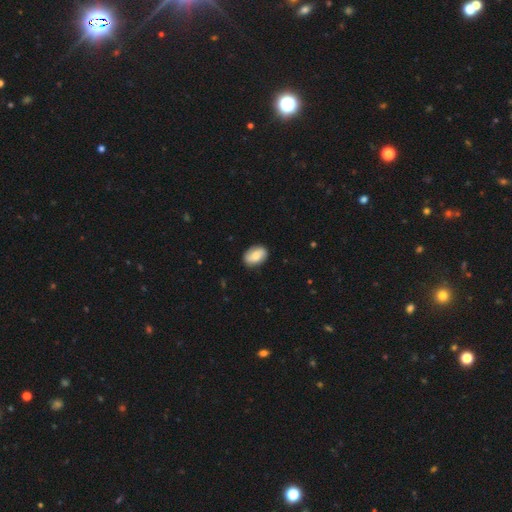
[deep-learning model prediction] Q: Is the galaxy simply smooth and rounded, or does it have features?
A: smooth — 74%.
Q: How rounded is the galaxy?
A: in between — 85%.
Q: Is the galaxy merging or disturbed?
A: none — 85%.